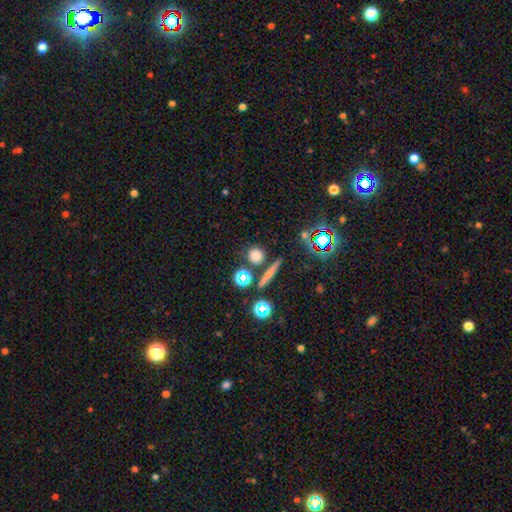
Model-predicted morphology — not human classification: A smooth galaxy with no disk features (75%) that is round (85%). Merging: none (77%).